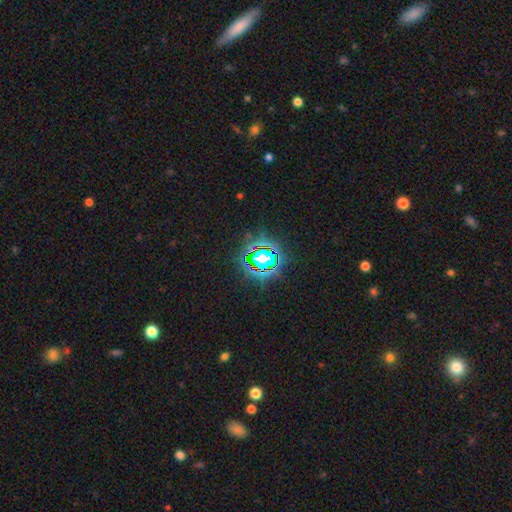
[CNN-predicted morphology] star or artifact 77%, smooth 15%, featured or disk 8%.